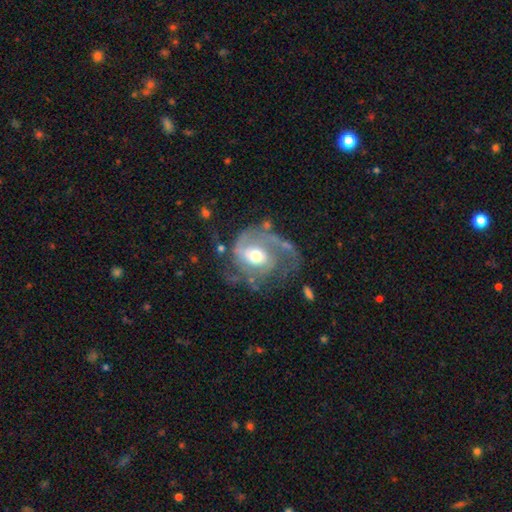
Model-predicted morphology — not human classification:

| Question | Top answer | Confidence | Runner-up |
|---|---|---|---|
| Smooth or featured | featured or disk | 84% | smooth (10%) |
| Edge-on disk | no | 98% | yes (2%) |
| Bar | no | 44% | weak (41%) |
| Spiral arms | yes | 93% | no (7%) |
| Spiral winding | medium | 45% | tight (36%) |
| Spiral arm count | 2 | 48% | 1 (24%) |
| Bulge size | moderate | 69% | small (18%) |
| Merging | none | 51% | major disturbance (24%) |